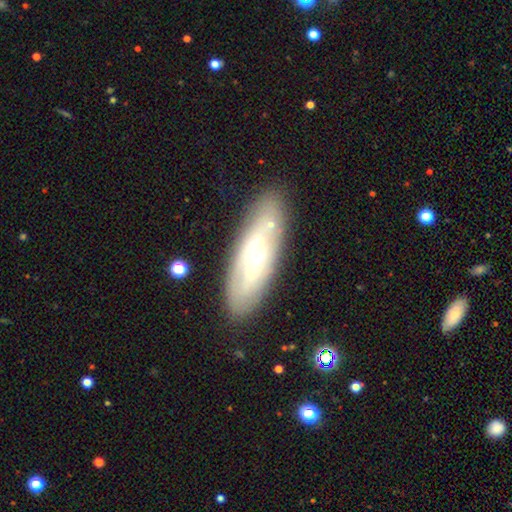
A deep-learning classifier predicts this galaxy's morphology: smooth_or_featured: featured or disk (p=0.65) [alt: smooth p=0.28]
disk_edge_on: no (p=0.76) [alt: yes p=0.24]
merging: none (p=0.81) [alt: minor disturbance p=0.12]